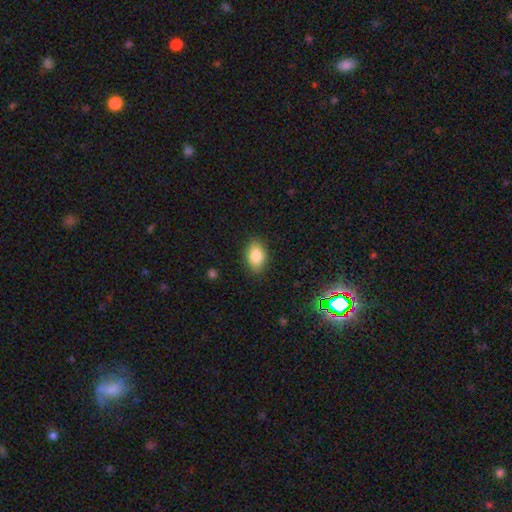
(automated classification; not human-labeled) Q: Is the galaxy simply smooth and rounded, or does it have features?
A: smooth — 85%.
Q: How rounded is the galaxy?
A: in between — 87%.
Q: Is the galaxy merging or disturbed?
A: none — 86%.